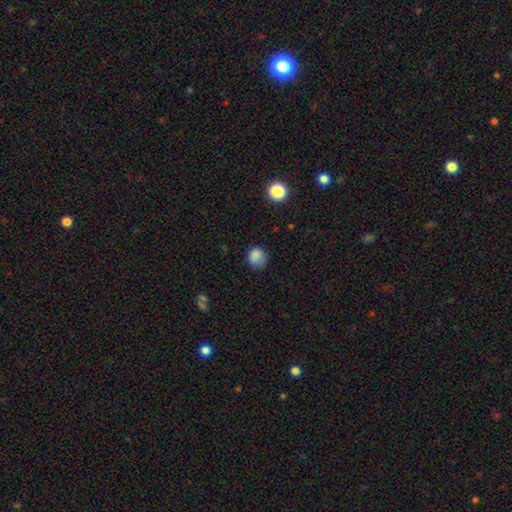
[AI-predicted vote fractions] Morphology: type=smooth (81%); roundness=round (72%); merging=none (62%).